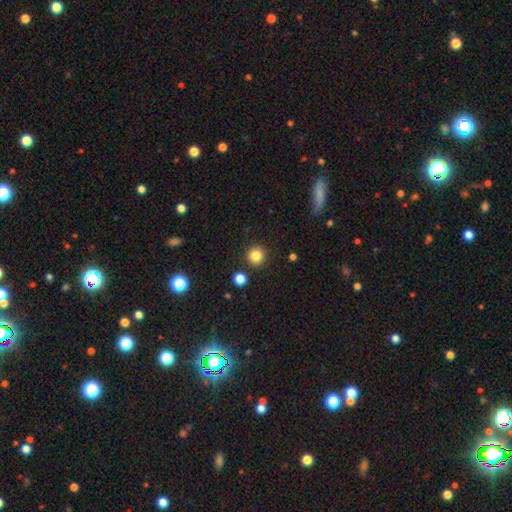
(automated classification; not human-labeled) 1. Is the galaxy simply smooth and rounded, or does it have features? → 84% smooth, 12% star or artifact, 4% featured or disk.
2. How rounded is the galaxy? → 94% round, 5% in between, 1% cigar-shaped.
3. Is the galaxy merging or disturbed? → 90% none, 6% minor disturbance, 3% merger, 2% major disturbance.